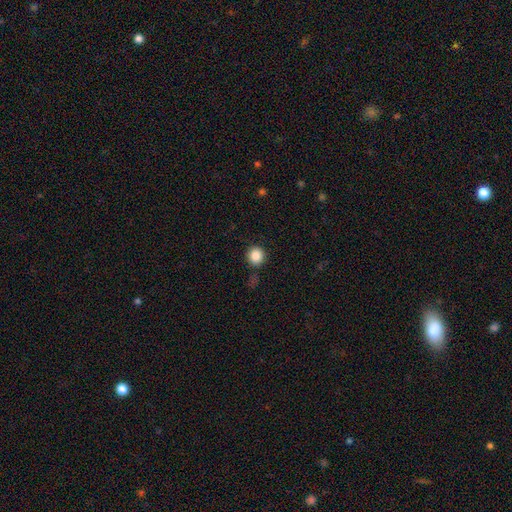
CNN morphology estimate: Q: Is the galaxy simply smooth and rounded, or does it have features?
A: smooth — 86%.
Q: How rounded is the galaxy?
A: round — 92%.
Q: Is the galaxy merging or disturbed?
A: none — 85%.